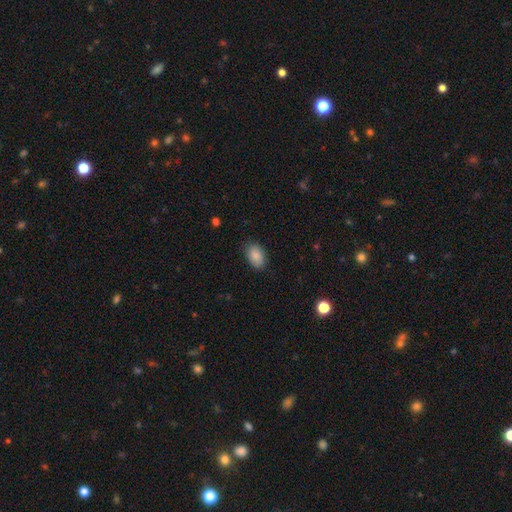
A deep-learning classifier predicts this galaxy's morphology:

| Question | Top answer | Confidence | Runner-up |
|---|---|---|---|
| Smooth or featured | smooth | 88% | star or artifact (7%) |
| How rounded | in between | 90% | round (8%) |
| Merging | none | 84% | minor disturbance (12%) |